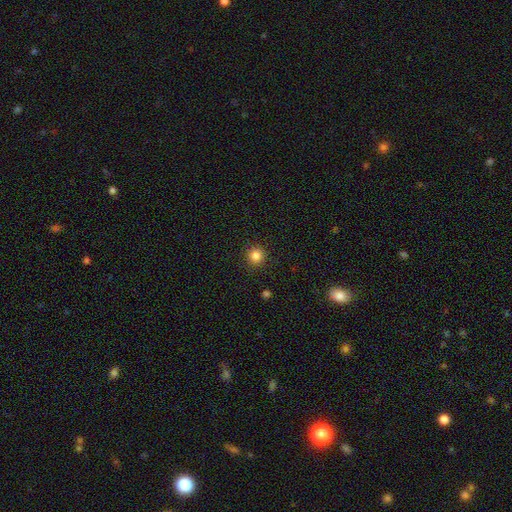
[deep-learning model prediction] This appears to be a smooth galaxy with no disk features (84%) that is round (95%). Merging: none (91%).